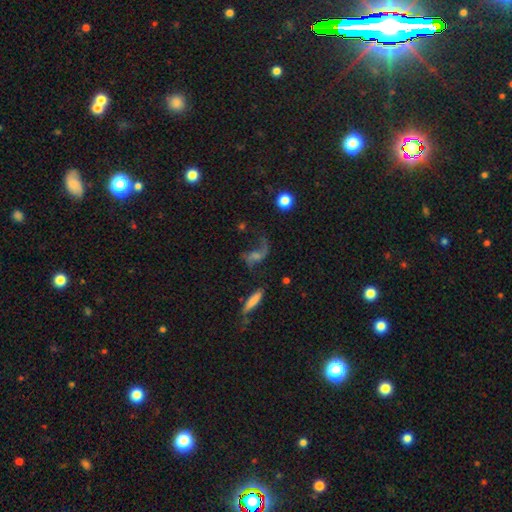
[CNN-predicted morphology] Smooth or featured: featured or disk — 68% (smooth — 19%)
Edge-on disk: no — 92% (yes — 8%)
Bar: no — 57% (weak — 31%)
Spiral arms: yes — 88% (no — 12%)
Spiral winding: loose — 82% (medium — 14%)
Spiral arm count: 2 — 73% (1 — 21%)
Bulge size: small — 37% (none — 32%)
Merging: none — 50% (major disturbance — 25%)